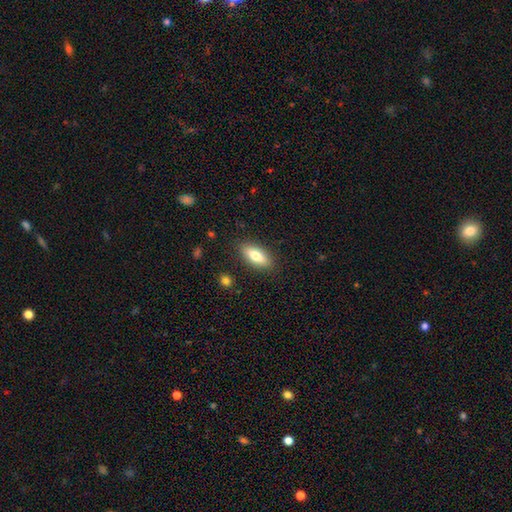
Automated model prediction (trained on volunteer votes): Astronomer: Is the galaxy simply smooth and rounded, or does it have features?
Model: smooth — 73%.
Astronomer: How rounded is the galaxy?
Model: in between — 75%.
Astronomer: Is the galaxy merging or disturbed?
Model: none — 87%.